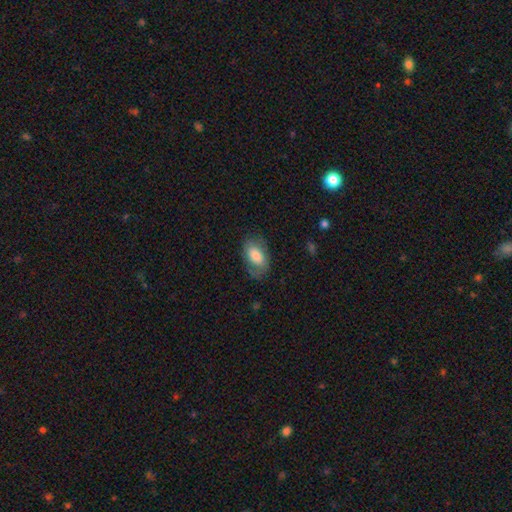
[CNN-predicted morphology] Overall: smooth (72%). How rounded: in between (91%). Merging: none (68%).